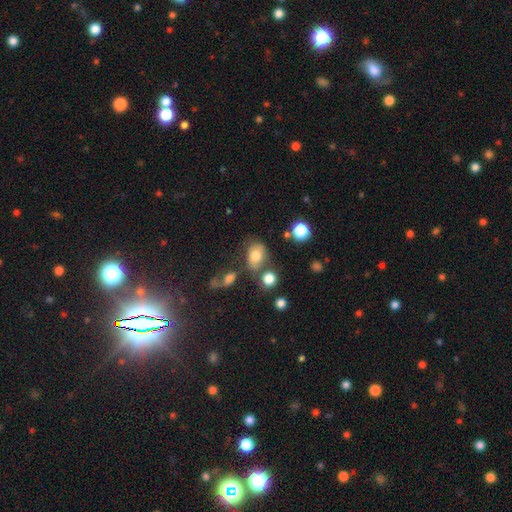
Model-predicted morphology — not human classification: smooth 73%, featured or disk 15%, star or artifact 12%. Down the decision tree: how rounded — in between (67%); merging — none (50%).